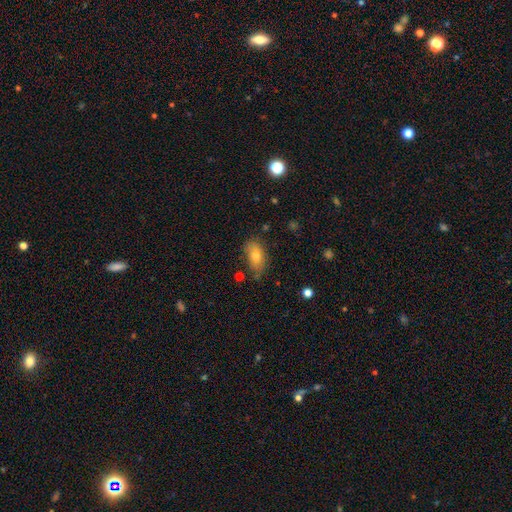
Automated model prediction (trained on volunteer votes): A smooth galaxy with no disk features (70%) that is in between round and cigar-shaped (88%).

Vote fractions:
- Smooth or featured? smooth: 70% / featured or disk: 19% / star or artifact: 11%
- How rounded? in between: 88% / round: 7% / cigar-shaped: 6%
- Merging? none: 72% / minor disturbance: 21% / major disturbance: 5% / merger: 3%